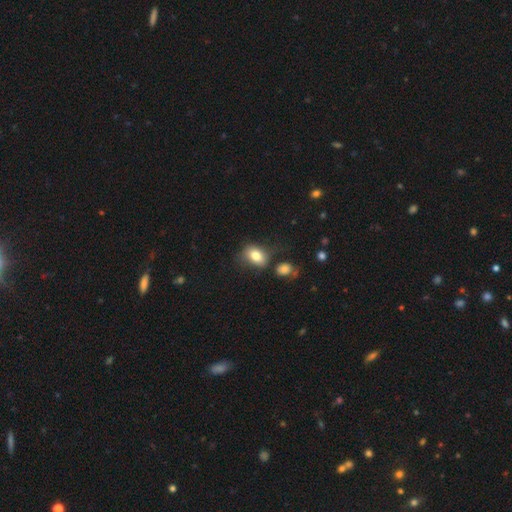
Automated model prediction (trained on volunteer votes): Smooth or featured? Predicted: smooth (p=0.79). How rounded? Predicted: in between (p=0.75). Merging? Predicted: none (p=0.62).